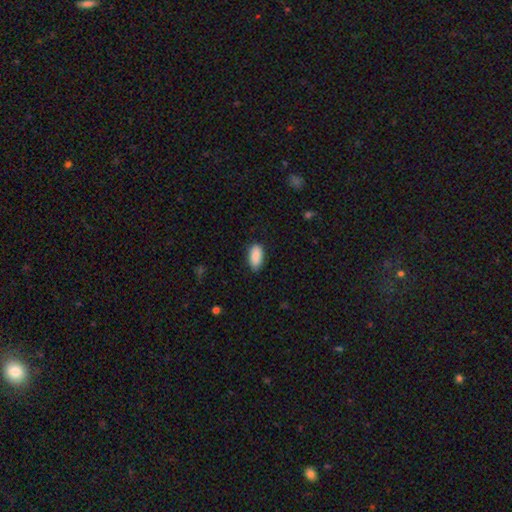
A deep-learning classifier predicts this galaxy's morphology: smooth 89%, star or artifact 6%, featured or disk 5%. Down the decision tree: how rounded — in between (91%); merging — none (83%).